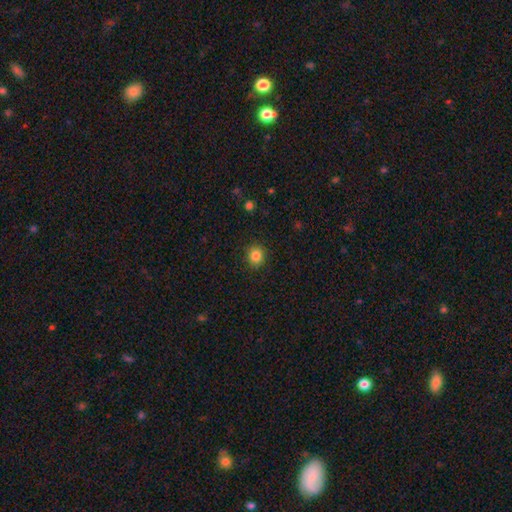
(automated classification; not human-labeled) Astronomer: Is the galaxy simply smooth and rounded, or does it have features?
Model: smooth — 84%.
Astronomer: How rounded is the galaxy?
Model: round — 85%.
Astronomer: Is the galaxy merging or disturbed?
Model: none — 90%.